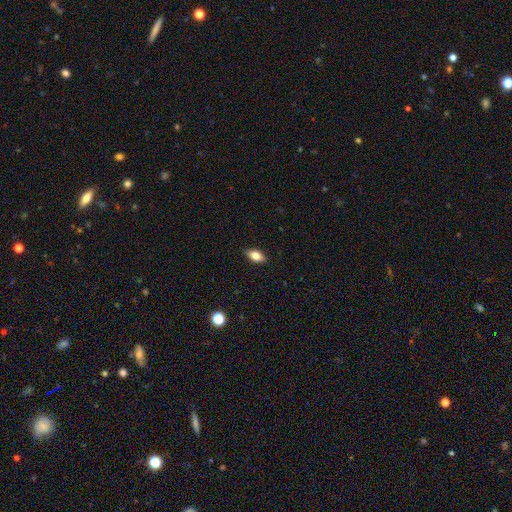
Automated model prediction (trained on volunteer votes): A smooth galaxy with no disk features (81%) that is in between round and cigar-shaped (90%). Merging: none (89%).